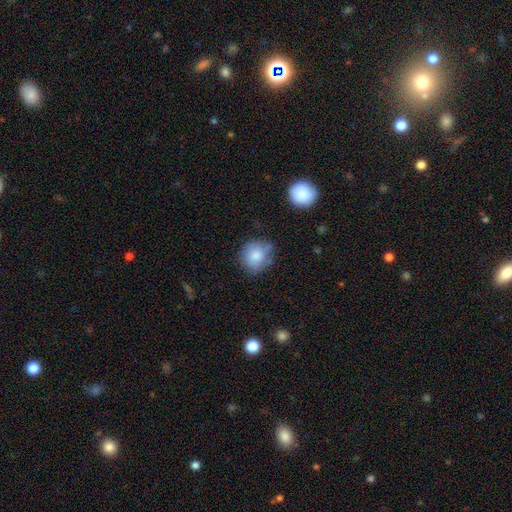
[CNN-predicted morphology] Overall: smooth (80%). How rounded: round (78%). Merging: none (60%; minor disturbance 28%).